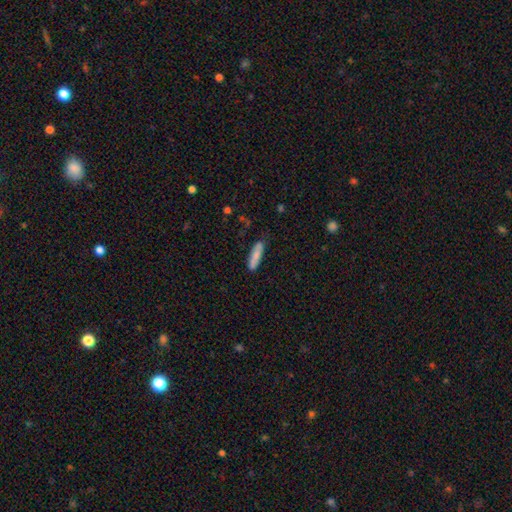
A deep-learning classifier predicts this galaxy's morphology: This is likely a smooth galaxy (80%). How rounded: likely cigar-shaped (72%). Merging: clearly none (81%).